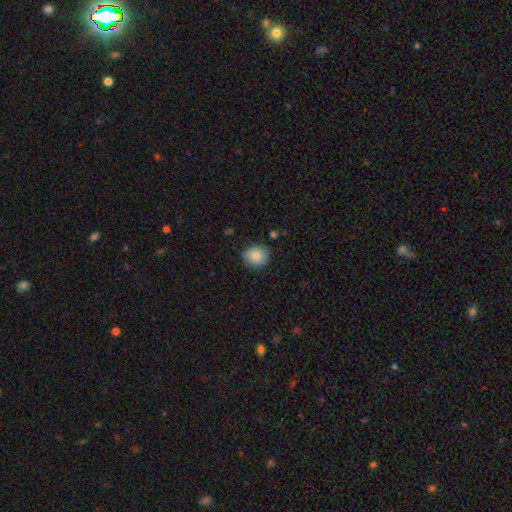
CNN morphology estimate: Overall: smooth (82%). How rounded: round (80%). Merging: none (83%).